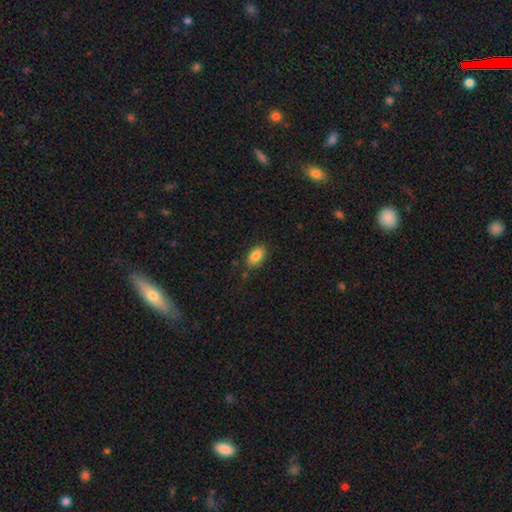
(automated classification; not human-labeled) smooth 86%, star or artifact 8%, featured or disk 6%. Down the decision tree: how rounded — in between (91%); merging — none (83%).